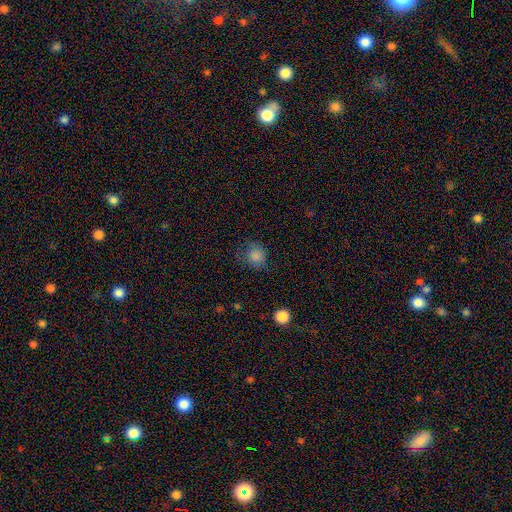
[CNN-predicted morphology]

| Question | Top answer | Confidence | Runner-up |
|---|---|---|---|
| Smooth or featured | smooth | 83% | star or artifact (11%) |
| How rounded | round | 78% | in between (21%) |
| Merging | none | 68% | minor disturbance (22%) |